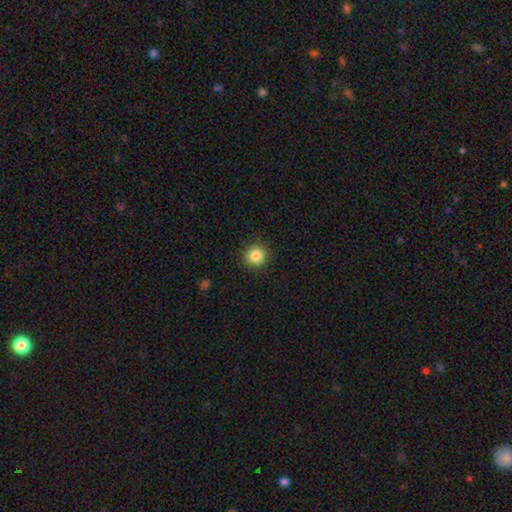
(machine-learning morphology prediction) smooth 85%, star or artifact 10%, featured or disk 5%. Down the decision tree: how rounded — round (92%); merging — none (91%).